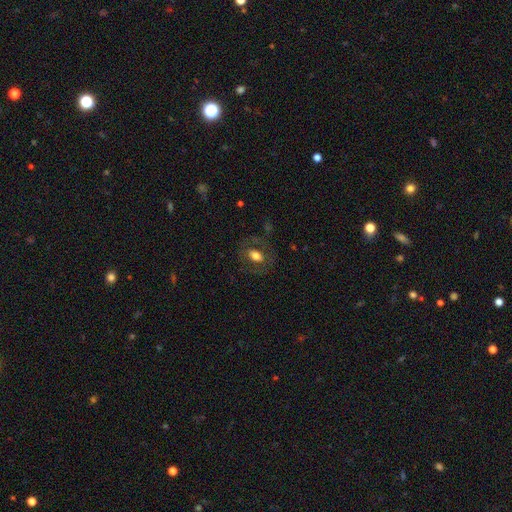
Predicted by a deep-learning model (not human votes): This appears to be a smooth galaxy with no disk features (61%) that is in between round and cigar-shaped (78%). Merging: none (75%).